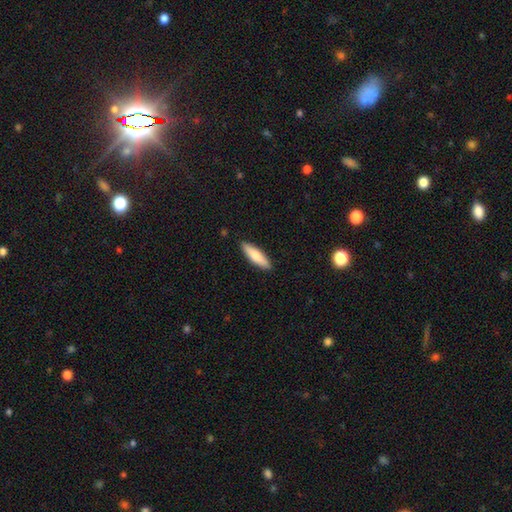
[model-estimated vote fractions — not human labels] smooth_or_featured: smooth (p=0.78) [alt: featured or disk p=0.17]
how_rounded: cigar-shaped (p=0.61) [alt: in between p=0.37]
merging: none (p=0.89) [alt: minor disturbance p=0.08]